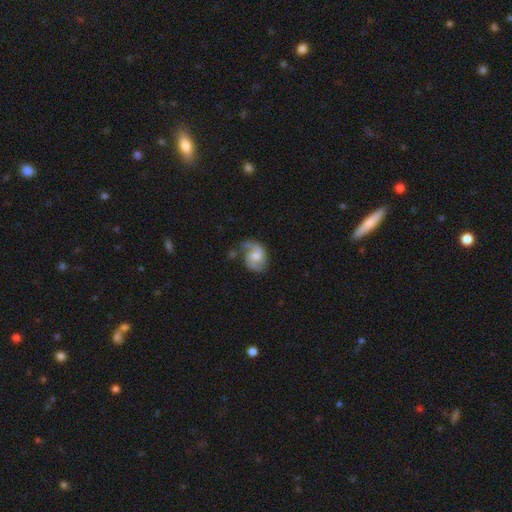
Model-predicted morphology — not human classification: Smooth or featured?
  - featured or disk: 66% *
  - smooth: 27%
  - star or artifact: 7%
Edge-on disk?
  - no: 97% *
  - yes: 3%
Bar?
  - no: 54% *
  - weak: 40%
  - strong: 6%
Spiral arms?
  - yes: 90% *
  - no: 10%
Spiral winding?
  - medium: 43% *
  - loose: 38%
  - tight: 20%
Spiral arm count?
  - 2: 62% *
  - 1: 27%
  - can't tell: 7%
  - 3: 1%
  - 4: 1%
  - more than 4: 1%
Bulge size?
  - moderate: 53% *
  - small: 34%
  - large: 6%
  - none: 6%
  - dominant: 1%
Merging?
  - none: 50% *
  - minor disturbance: 27%
  - major disturbance: 17%
  - merger: 5%